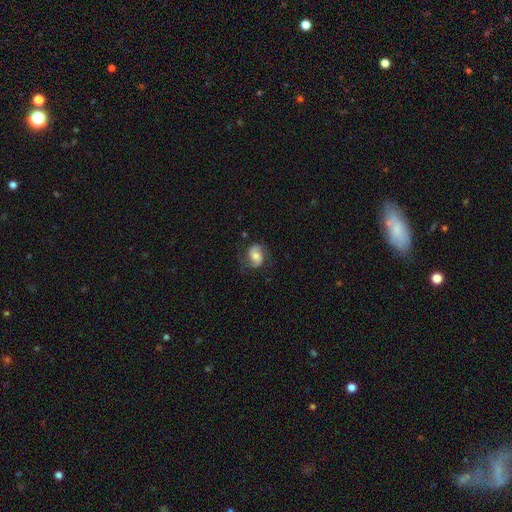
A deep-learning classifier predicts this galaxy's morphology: Smooth or featured? Predicted: featured or disk (p=0.61). Edge-on disk? Predicted: no (p=0.97). Bar? Predicted: no (p=0.49). Spiral arms? Predicted: yes (p=0.91). Spiral winding? Predicted: medium (p=0.44). Spiral arm count? Predicted: 2 (p=0.87). Bulge size? Predicted: moderate (p=0.53). Merging? Predicted: none (p=0.69).